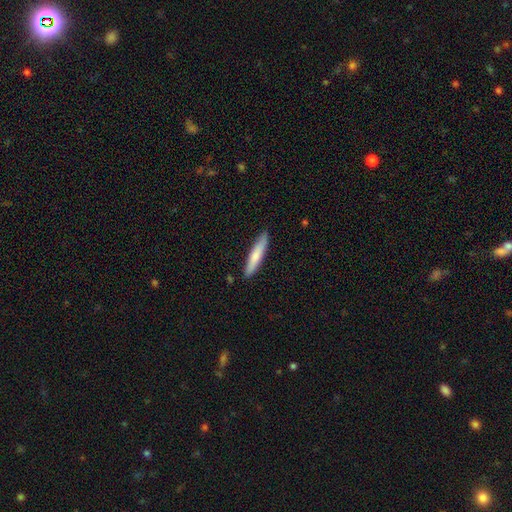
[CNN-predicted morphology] A smooth galaxy with no disk features (73%) that is cigar-shaped (90%).

Vote fractions:
- Smooth or featured? smooth: 73% / featured or disk: 22% / star or artifact: 5%
- How rounded? cigar-shaped: 90% / in between: 8% / round: 1%
- Merging? none: 87% / minor disturbance: 10% / major disturbance: 2% / merger: 1%